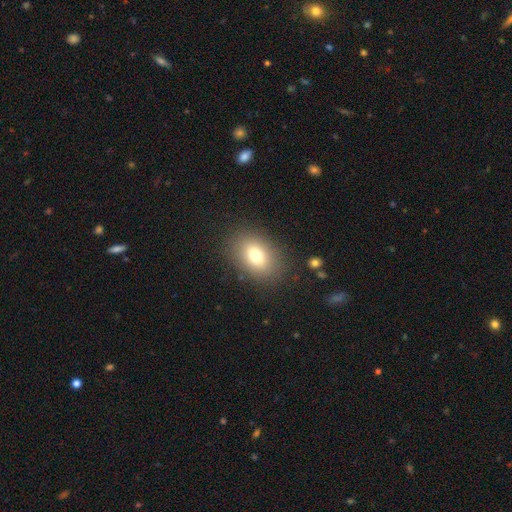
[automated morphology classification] A smooth galaxy with no disk features (76%) that is in between round and cigar-shaped (76%).

Vote fractions:
- Smooth or featured? smooth: 76% / featured or disk: 13% / star or artifact: 11%
- How rounded? in between: 76% / round: 23% / cigar-shaped: 1%
- Merging? none: 85% / minor disturbance: 10% / major disturbance: 4% / merger: 1%